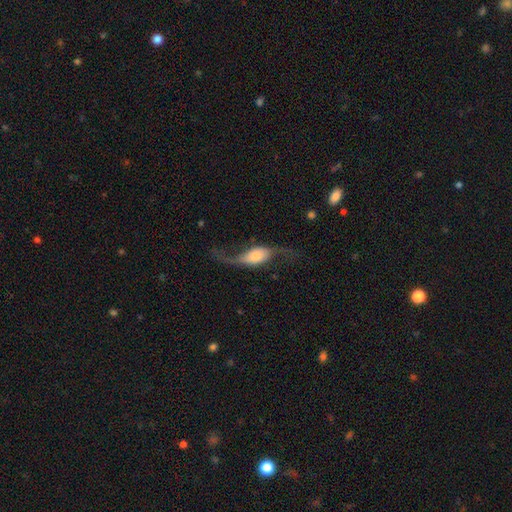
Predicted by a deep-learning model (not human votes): The model was most divided on "bulge size": moderate: 27%, large: 26%, small: 23%, dominant: 17%, none: 6%. More confident: spiral winding — loose (93%); spiral arms — yes (92%); spiral arm count — 2 (92%); edge-on disk — no (84%); smooth or featured — featured or disk (73%); bar — no (56%); merging — none (53%).